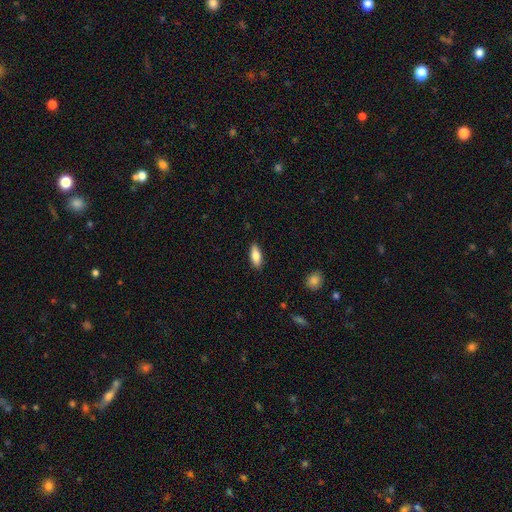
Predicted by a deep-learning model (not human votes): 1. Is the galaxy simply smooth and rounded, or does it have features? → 81% smooth, 13% featured or disk, 6% star or artifact.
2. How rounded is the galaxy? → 75% in between, 23% cigar-shaped, 2% round.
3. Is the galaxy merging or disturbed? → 87% none, 10% minor disturbance, 2% major disturbance, 1% merger.